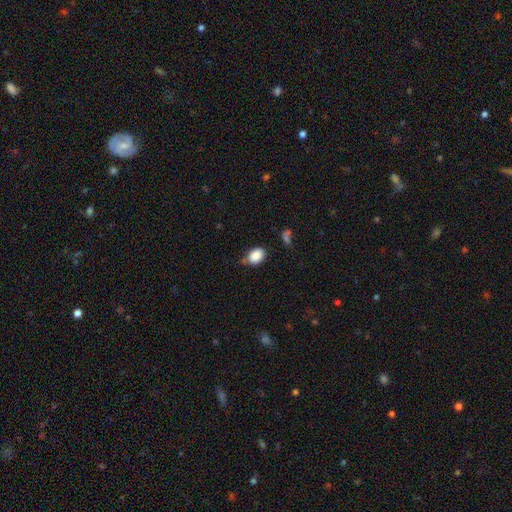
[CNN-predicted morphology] Overall: smooth (87%). How rounded: in between (74%). Merging: none (67%).